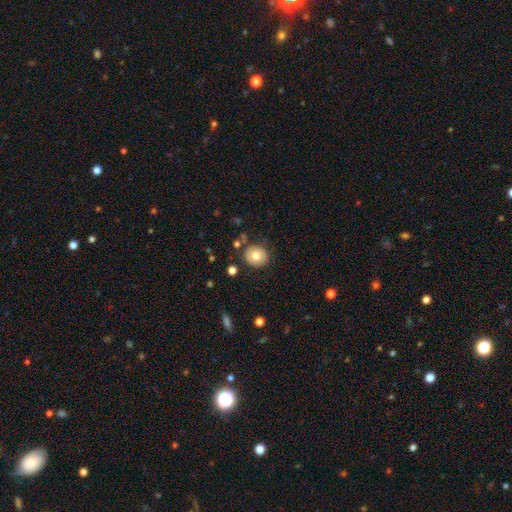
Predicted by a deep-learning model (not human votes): Q: Smooth or featured?
A: smooth (74%); runner-up: featured or disk (16%)
Q: How rounded?
A: round (80%); runner-up: in between (19%)
Q: Merging?
A: none (83%); runner-up: minor disturbance (11%)